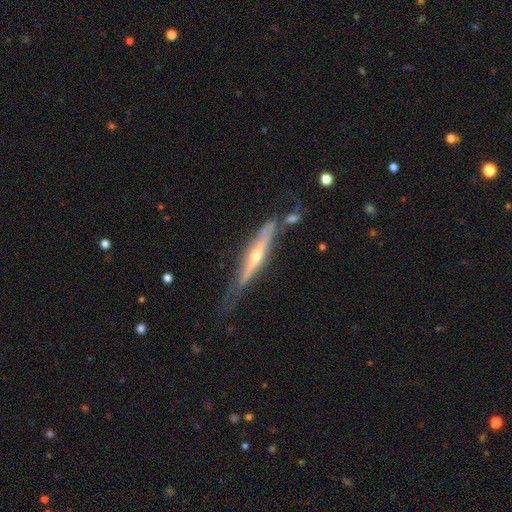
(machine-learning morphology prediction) Overall: featured or disk (77%). Edge-on disk: yes (90%). Edge-on bulge: rounded (79%). Merging: none (56%; minor disturbance 26%).